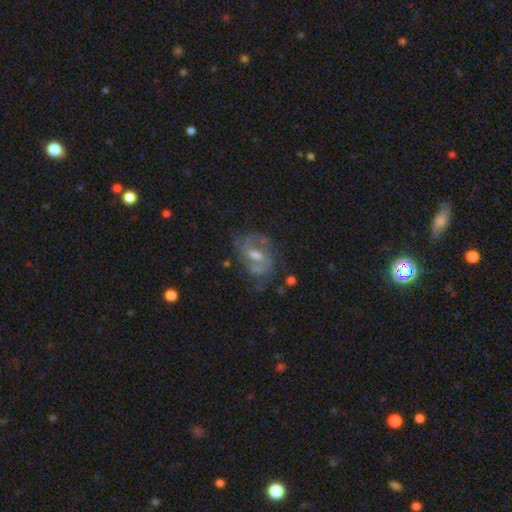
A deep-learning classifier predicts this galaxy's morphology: This is likely a featured or disk galaxy (76%). It is clearly not viewed edge-on (96%). Bar: possibly weak (50%). Spiral arm pattern: clearly yes (85%). Spiral arm count: possibly 2 (56%). Spiral winding: possibly medium (48%). Central bulge: likely moderate (62%). Merging: likely none (61%).